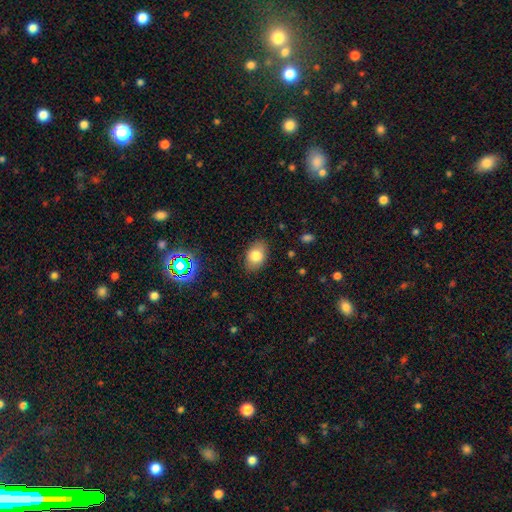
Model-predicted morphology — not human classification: The model was most divided on "how rounded": in between: 81%, round: 17%, cigar-shaped: 1%. More confident: merging — none (84%); smooth or featured — smooth (80%).